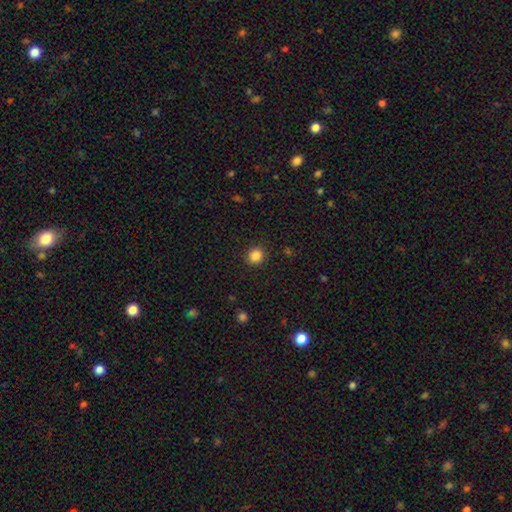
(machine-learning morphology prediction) smooth 86%, star or artifact 11%, featured or disk 4%. Down the decision tree: how rounded — round (90%); merging — none (90%).